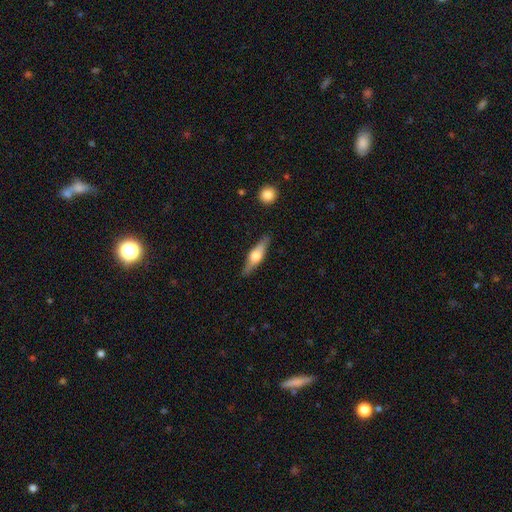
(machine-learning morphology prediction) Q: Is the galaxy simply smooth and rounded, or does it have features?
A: featured or disk — 58%.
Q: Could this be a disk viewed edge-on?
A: yes — 94%.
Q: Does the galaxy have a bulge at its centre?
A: rounded — 92%.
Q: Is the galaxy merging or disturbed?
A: none — 86%.